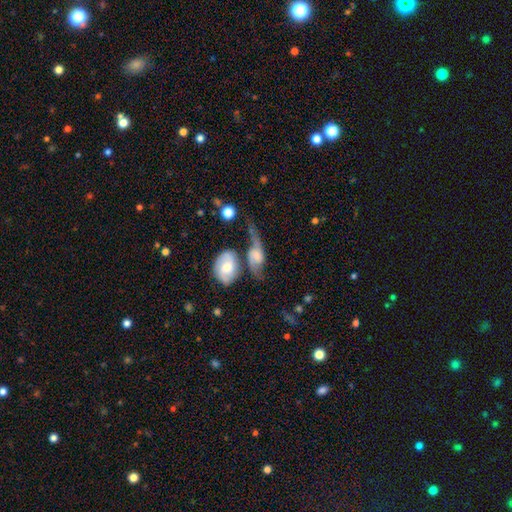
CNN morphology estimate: This appears to be a featured or disk galaxy (63%) with no bar (50%), spiral arms (85%) and a moderate central bulge (32%). Merging: none (30%).